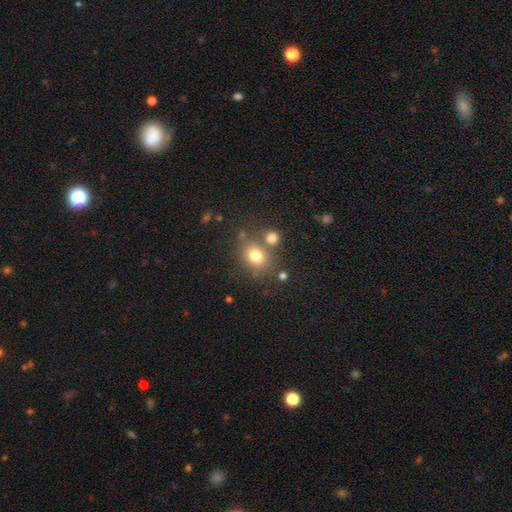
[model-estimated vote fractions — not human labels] smooth_or_featured: smooth (p=0.76) [alt: star or artifact p=0.14]
how_rounded: round (p=0.63) [alt: in between p=0.36]
merging: none (p=0.63) [alt: merger p=0.18]